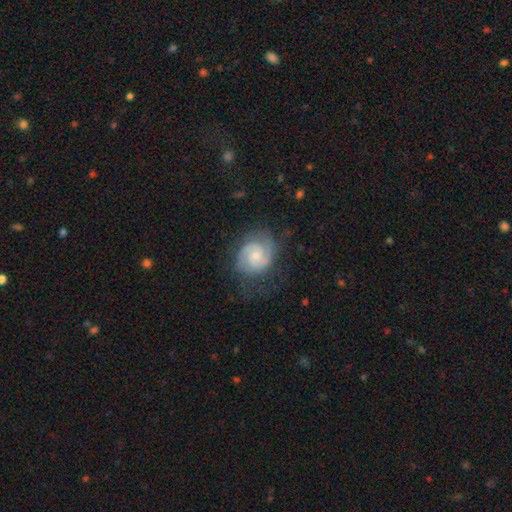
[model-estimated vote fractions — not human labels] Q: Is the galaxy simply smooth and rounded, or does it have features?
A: featured or disk — 80%.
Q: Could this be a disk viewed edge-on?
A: no — 98%.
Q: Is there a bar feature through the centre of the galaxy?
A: no — 57%.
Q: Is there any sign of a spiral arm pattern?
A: yes — 96%.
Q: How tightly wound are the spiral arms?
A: tight — 48%.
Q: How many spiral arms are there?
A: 2 — 81%.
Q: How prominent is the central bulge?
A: small — 46%.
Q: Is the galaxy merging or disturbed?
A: none — 65%.